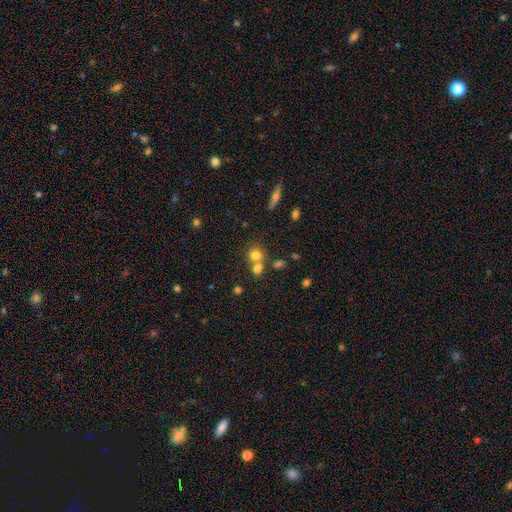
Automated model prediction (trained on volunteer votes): Smooth or featured? Predicted: smooth (p=0.74). How rounded? Predicted: round (p=0.82). Merging? Predicted: none (p=0.48).